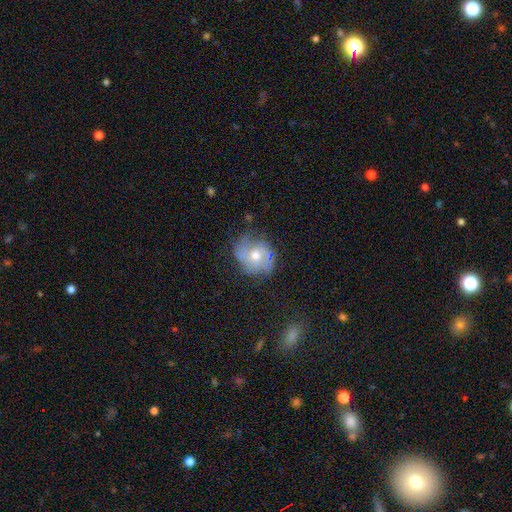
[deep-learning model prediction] A featured or disk galaxy (65%) with no bar (73%), 2 (44%) medium (43%) spiral arms (82%) and a moderate central bulge (70%). Merging: none (65%).